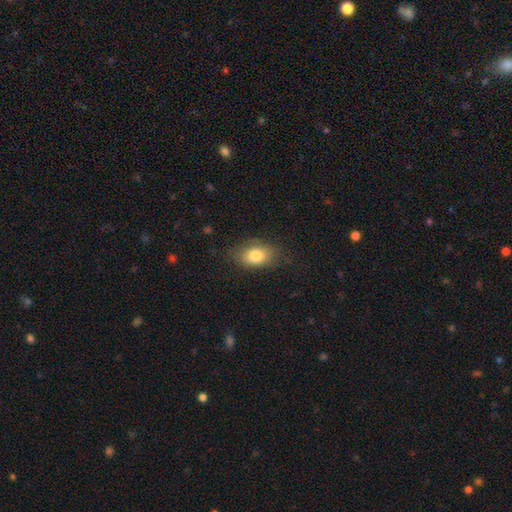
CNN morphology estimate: Smooth or featured: smooth — 80% (featured or disk — 12%)
How rounded: in between — 85% (round — 13%)
Merging: none — 76% (minor disturbance — 17%)